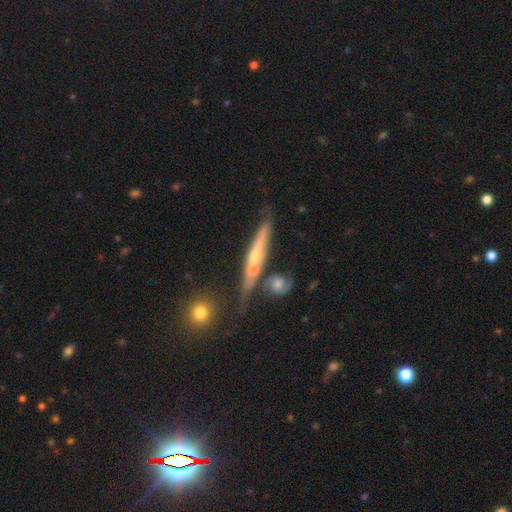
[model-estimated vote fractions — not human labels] A featured or disk galaxy (71%) viewed edge-on (91%) with a rounded central bulge (73%).

Vote fractions:
- Smooth or featured? featured or disk: 71% / smooth: 21% / star or artifact: 8%
- Edge-on disk? yes: 91% / no: 9%
- Edge-on bulge? rounded: 73% / none: 22% / boxy: 5%
- Merging? none: 64% / merger: 17% / minor disturbance: 14% / major disturbance: 4%